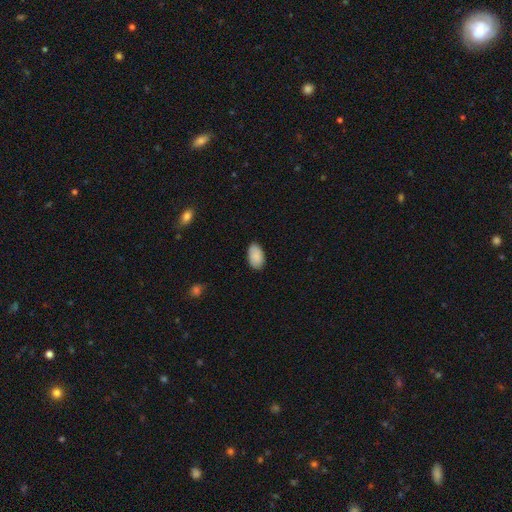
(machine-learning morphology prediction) The model was most divided on "merging": none: 86%, minor disturbance: 11%, major disturbance: 2%, merger: 1%. More confident: how rounded — in between (95%); smooth or featured — smooth (90%).